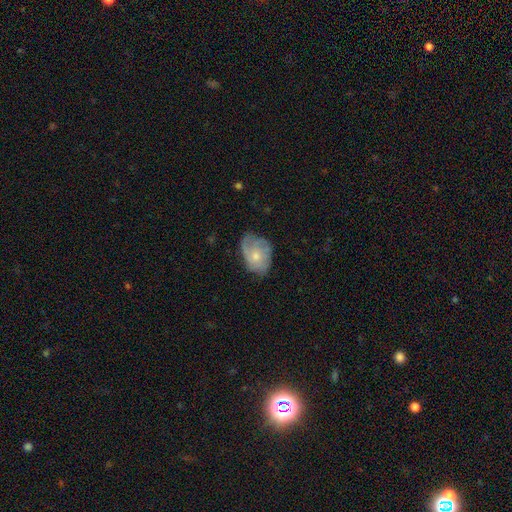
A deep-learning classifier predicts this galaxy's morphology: A smooth galaxy with no disk features (49%). Merging: none (53%).